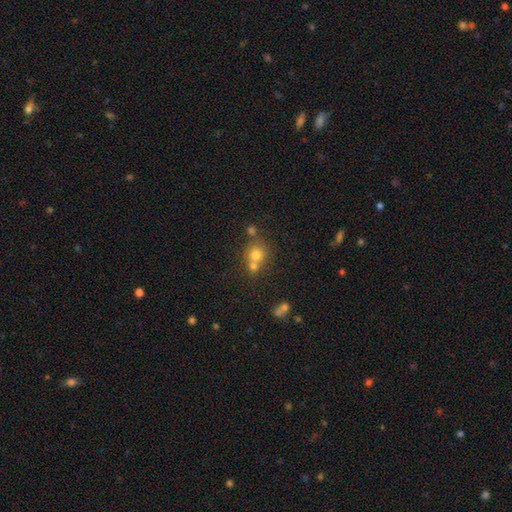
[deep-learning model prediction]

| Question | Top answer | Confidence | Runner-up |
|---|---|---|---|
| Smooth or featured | smooth | 67% | star or artifact (18%) |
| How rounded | round | 85% | in between (14%) |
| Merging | none | 48% | merger (42%) |